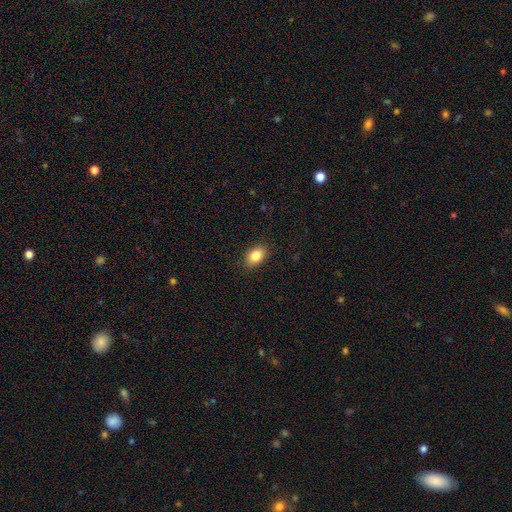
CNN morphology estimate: Smooth or featured? Predicted: smooth (p=0.84). How rounded? Predicted: in between (p=0.79). Merging? Predicted: none (p=0.88).